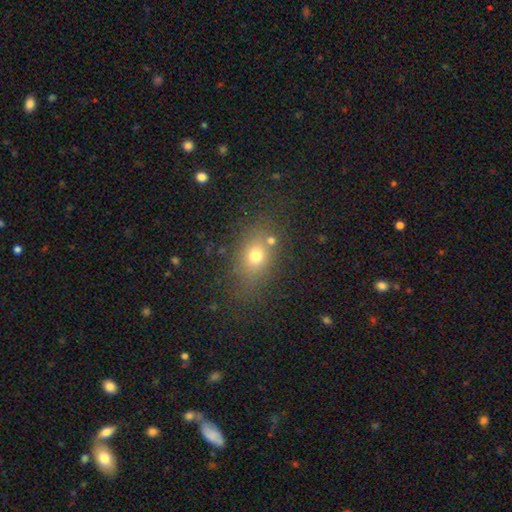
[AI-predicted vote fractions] Smooth or featured: smooth — 70% (star or artifact — 16%)
How rounded: in between — 62% (round — 35%)
Merging: none — 75% (minor disturbance — 13%)